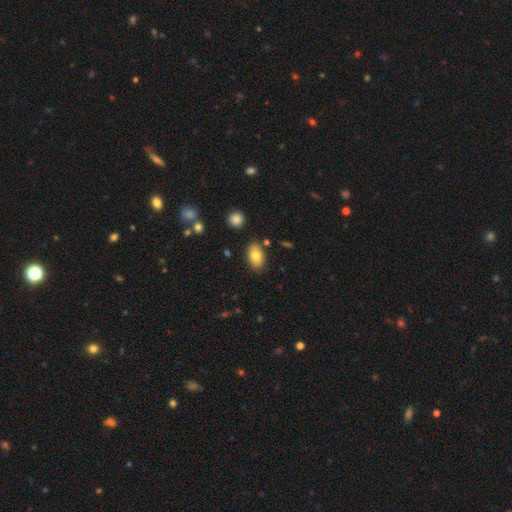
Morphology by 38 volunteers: This is clearly a smooth galaxy (82%). How rounded: clearly in between (94%). Merging: clearly none (80%).